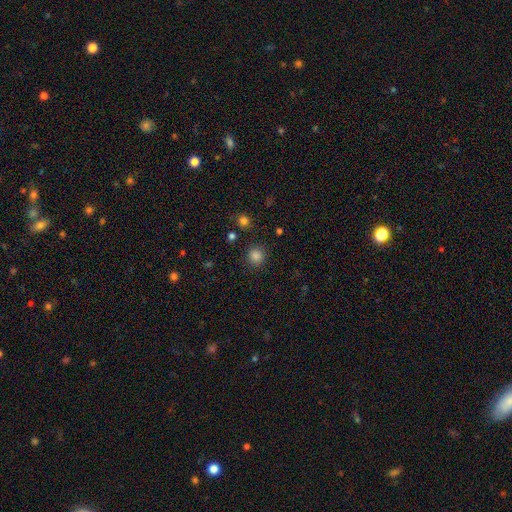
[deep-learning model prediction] Morphology: type=smooth (84%); roundness=round (92%); merging=none (89%).